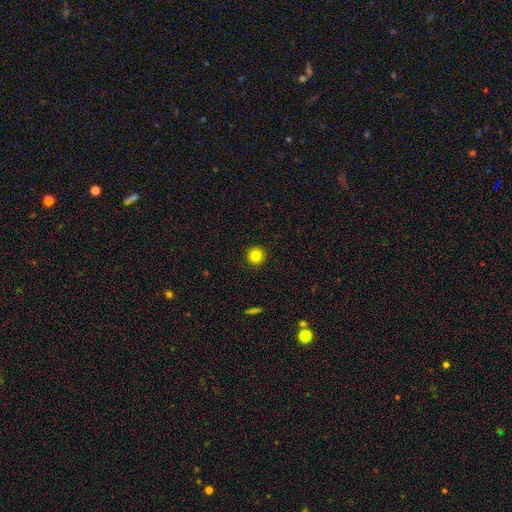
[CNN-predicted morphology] Smooth or featured?
  - smooth: 83% *
  - star or artifact: 11%
  - featured or disk: 6%
How rounded?
  - round: 96% *
  - in between: 3%
  - cigar-shaped: 1%
Merging?
  - none: 93% *
  - minor disturbance: 4%
  - major disturbance: 1%
  - merger: 1%